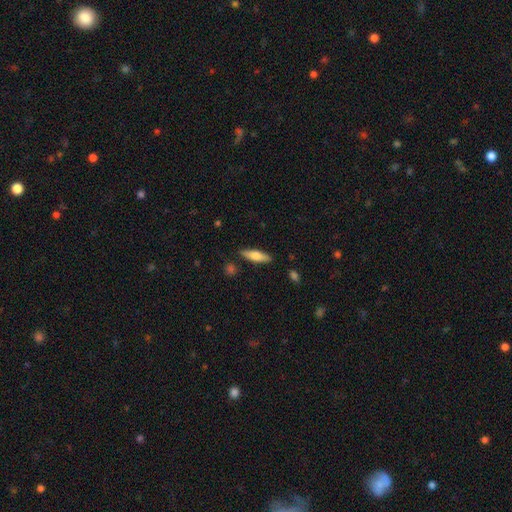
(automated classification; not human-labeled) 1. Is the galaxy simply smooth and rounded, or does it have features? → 67% smooth, 27% featured or disk, 6% star or artifact.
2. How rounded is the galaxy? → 56% cigar-shaped, 42% in between, 2% round.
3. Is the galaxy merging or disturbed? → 86% none, 10% minor disturbance, 2% major disturbance, 2% merger.